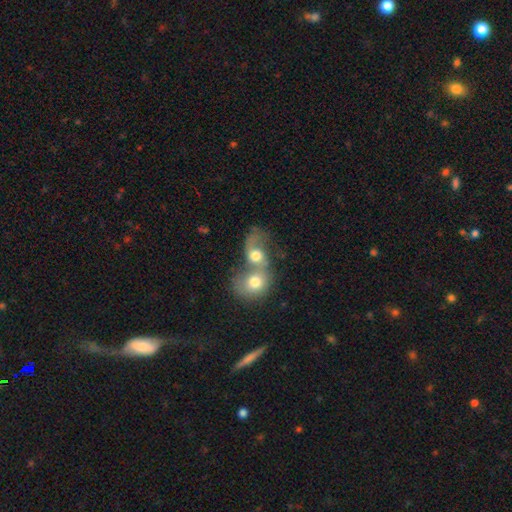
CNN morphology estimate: Smooth or featured?
  - smooth: 57% *
  - featured or disk: 34%
  - star or artifact: 9%
How rounded?
  - round: 51% *
  - in between: 48%
  - cigar-shaped: 2%
Merging?
  - merger: 80% *
  - none: 10%
  - major disturbance: 6%
  - minor disturbance: 4%